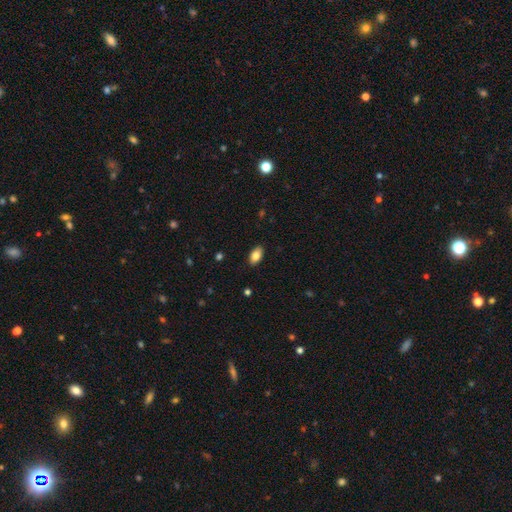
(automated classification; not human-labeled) A smooth galaxy with no disk features (84%) that is in between round and cigar-shaped (92%).

Vote fractions:
- Smooth or featured? smooth: 84% / featured or disk: 8% / star or artifact: 8%
- How rounded? in between: 92% / round: 5% / cigar-shaped: 3%
- Merging? none: 88% / minor disturbance: 9% / major disturbance: 2% / merger: 1%